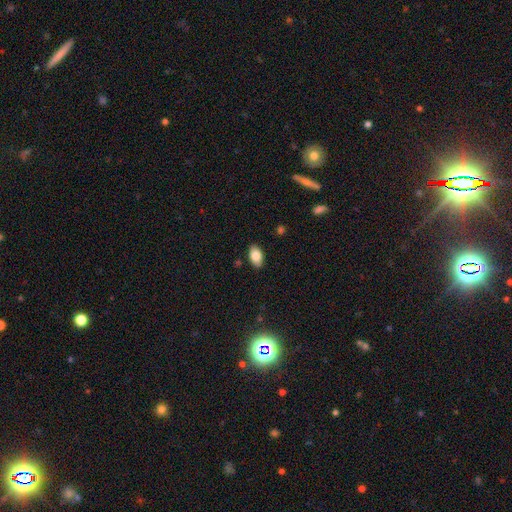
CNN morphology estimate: Smooth or featured? Predicted: smooth (p=0.83). How rounded? Predicted: in between (p=0.93). Merging? Predicted: none (p=0.87).